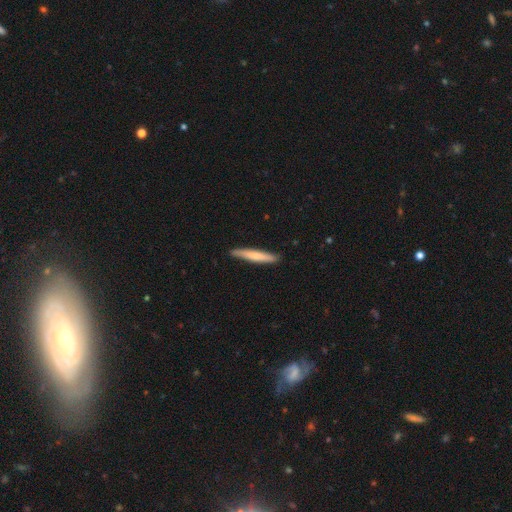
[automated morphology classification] Smooth or featured?
  - smooth: 64% *
  - featured or disk: 31%
  - star or artifact: 5%
How rounded?
  - cigar-shaped: 94% *
  - in between: 5%
  - round: 1%
Merging?
  - none: 88% *
  - minor disturbance: 9%
  - major disturbance: 1%
  - merger: 1%